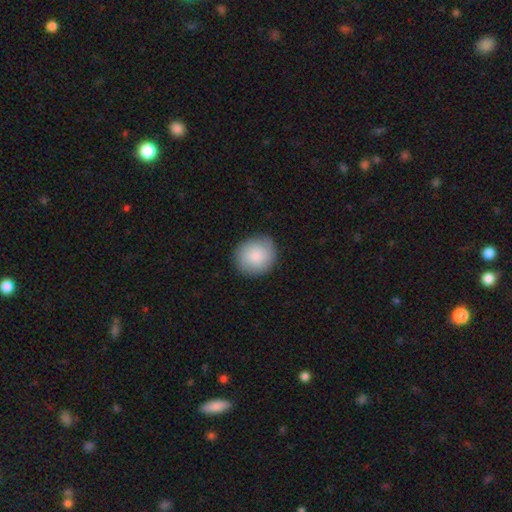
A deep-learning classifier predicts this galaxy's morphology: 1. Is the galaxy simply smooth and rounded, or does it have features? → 83% smooth, 11% featured or disk, 6% star or artifact.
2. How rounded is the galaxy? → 83% round, 16% in between, 1% cigar-shaped.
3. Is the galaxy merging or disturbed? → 85% none, 11% minor disturbance, 3% major disturbance, 1% merger.